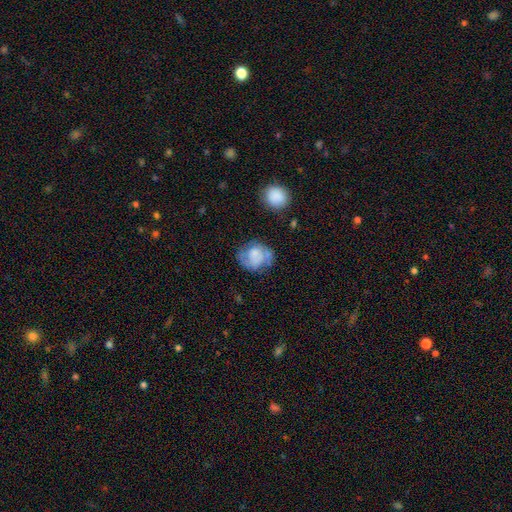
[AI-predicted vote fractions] Smooth or featured?
  - smooth: 47% *
  - featured or disk: 45%
  - star or artifact: 9%
Merging?
  - none: 50% *
  - minor disturbance: 27%
  - major disturbance: 17%
  - merger: 6%